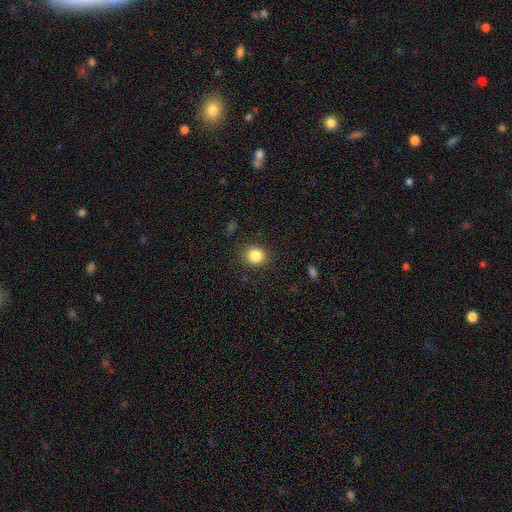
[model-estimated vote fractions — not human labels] Smooth or featured?
  - smooth: 84% *
  - star or artifact: 11%
  - featured or disk: 5%
How rounded?
  - round: 79% *
  - in between: 20%
  - cigar-shaped: 1%
Merging?
  - none: 87% *
  - minor disturbance: 9%
  - major disturbance: 3%
  - merger: 1%